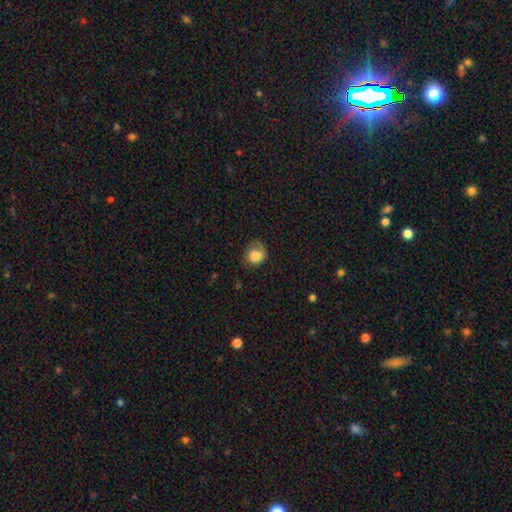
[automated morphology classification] Q: Smooth or featured?
A: smooth (78%); runner-up: featured or disk (14%)
Q: How rounded?
A: round (70%); runner-up: in between (30%)
Q: Merging?
A: none (47%); runner-up: minor disturbance (29%)